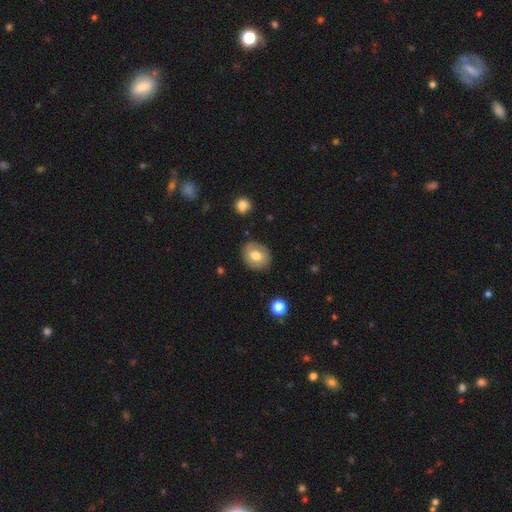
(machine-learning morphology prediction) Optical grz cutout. It shows a smooth galaxy with no disk features (68%) that is round (51%). Merging: none (83%).